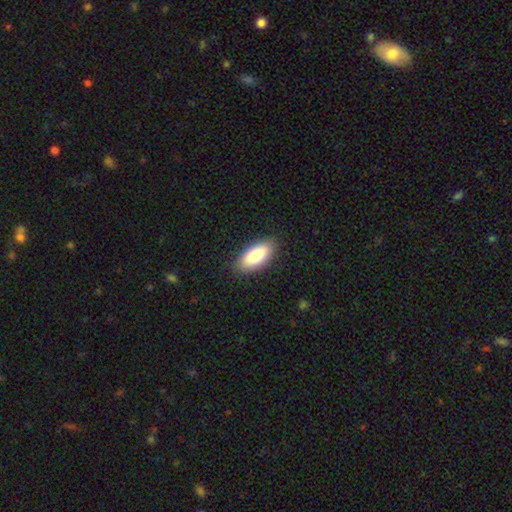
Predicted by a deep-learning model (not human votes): smooth_or_featured: smooth (p=0.88) [alt: featured or disk p=0.07]
how_rounded: in between (p=0.88) [alt: cigar-shaped p=0.10]
merging: none (p=0.87) [alt: minor disturbance p=0.10]